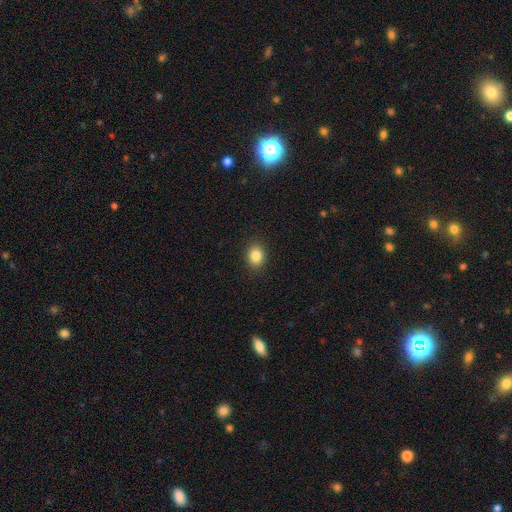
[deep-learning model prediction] Smooth or featured?
  - smooth: 85% *
  - star or artifact: 10%
  - featured or disk: 5%
How rounded?
  - in between: 53% *
  - round: 46%
  - cigar-shaped: 1%
Merging?
  - none: 90% *
  - minor disturbance: 7%
  - major disturbance: 2%
  - merger: 1%